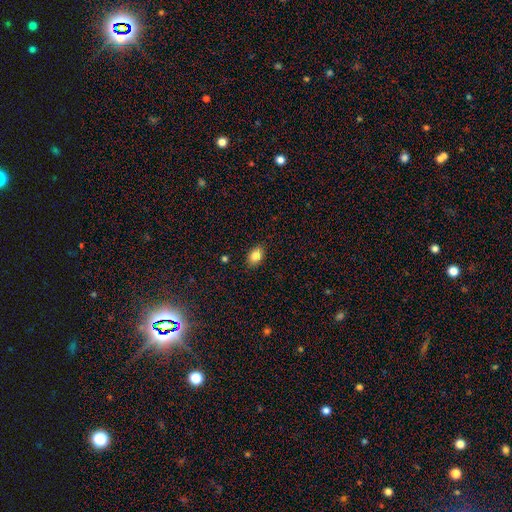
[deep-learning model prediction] smooth 85%, star or artifact 9%, featured or disk 6%. Down the decision tree: how rounded — in between (79%); merging — none (87%).